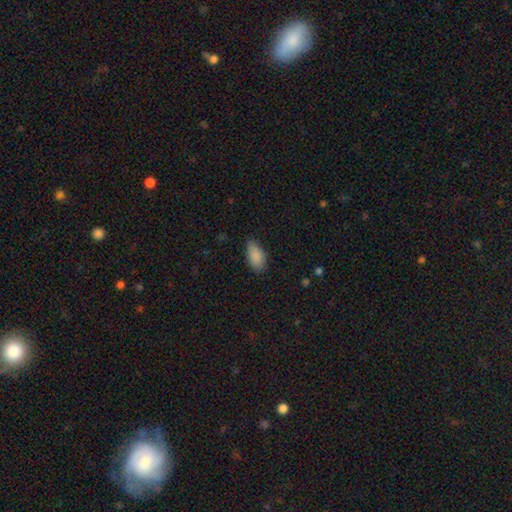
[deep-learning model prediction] This appears to be a smooth galaxy with no disk features (88%) that is in between round and cigar-shaped (93%). Merging: none (70%).